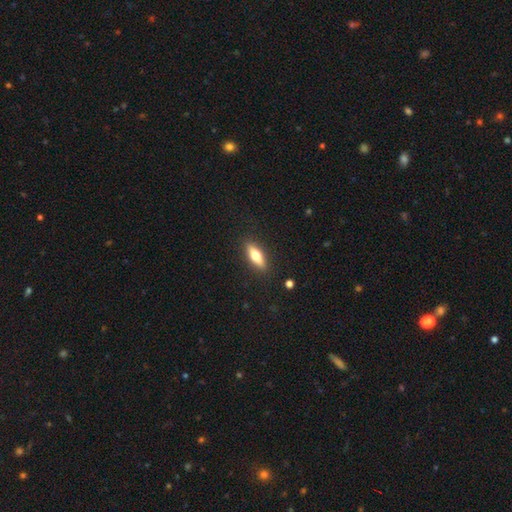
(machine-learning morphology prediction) This appears to be a smooth galaxy with no disk features (59%) that is in between round and cigar-shaped (50%). Merging: none (88%).